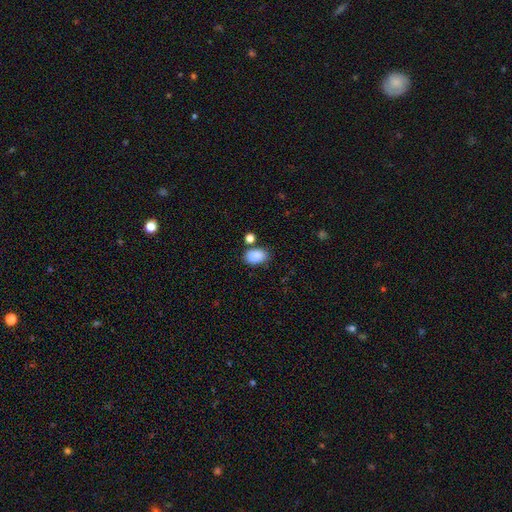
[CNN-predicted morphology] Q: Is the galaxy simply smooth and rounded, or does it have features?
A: smooth — 87%.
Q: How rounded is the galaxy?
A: in between — 86%.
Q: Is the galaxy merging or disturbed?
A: none — 68%.